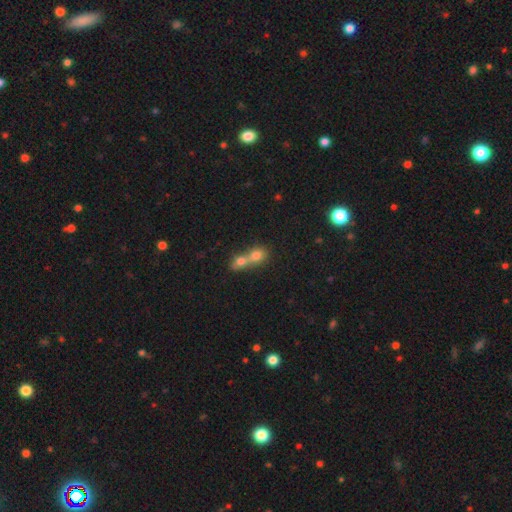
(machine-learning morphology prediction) The model was most divided on "how rounded": round: 61%, in between: 35%, cigar-shaped: 3%. More confident: merging — merger (77%); smooth or featured — smooth (71%).